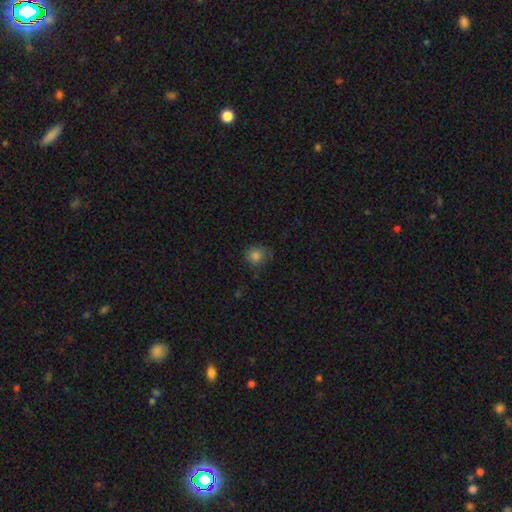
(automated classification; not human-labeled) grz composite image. It shows a smooth galaxy with no disk features (83%) that is round (89%). Merging: none (73%).